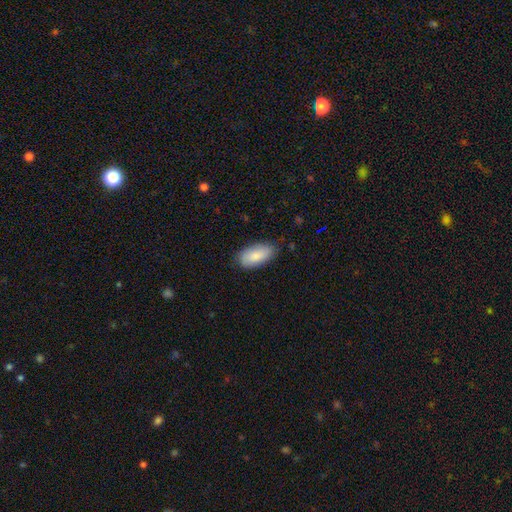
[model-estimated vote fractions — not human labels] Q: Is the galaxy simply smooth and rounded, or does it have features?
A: smooth — 84%.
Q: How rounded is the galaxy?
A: in between — 92%.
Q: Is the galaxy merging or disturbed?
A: none — 81%.